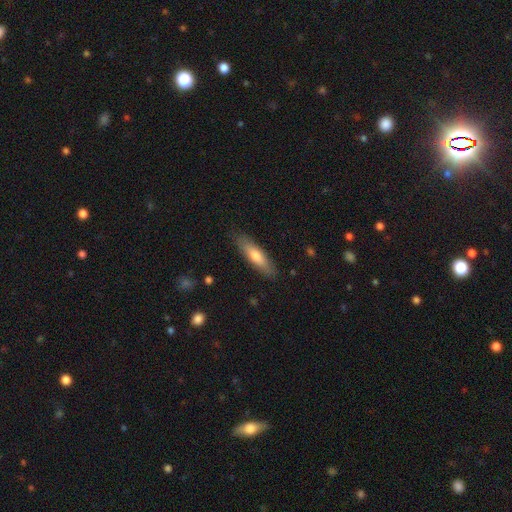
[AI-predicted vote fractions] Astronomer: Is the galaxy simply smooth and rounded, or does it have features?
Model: smooth — 70%.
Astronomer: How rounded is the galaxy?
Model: cigar-shaped — 63%.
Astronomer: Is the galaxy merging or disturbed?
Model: none — 85%.